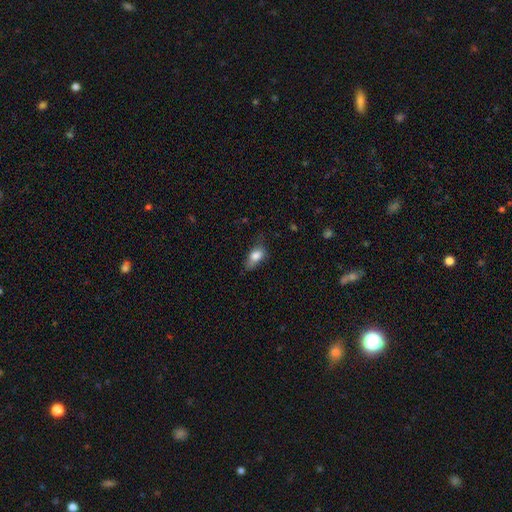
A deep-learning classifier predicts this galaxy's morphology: A smooth galaxy with no disk features (80%) that is in between round and cigar-shaped (83%).

Vote fractions:
- Smooth or featured? smooth: 80% / featured or disk: 12% / star or artifact: 8%
- How rounded? in between: 83% / cigar-shaped: 8% / round: 8%
- Merging? none: 49% / minor disturbance: 35% / major disturbance: 15% / merger: 2%